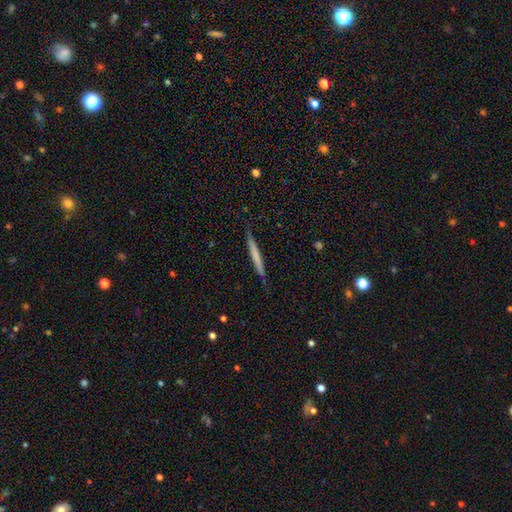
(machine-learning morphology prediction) This is possibly a smooth galaxy (58%). How rounded: clearly cigar-shaped (97%). Merging: clearly none (87%).